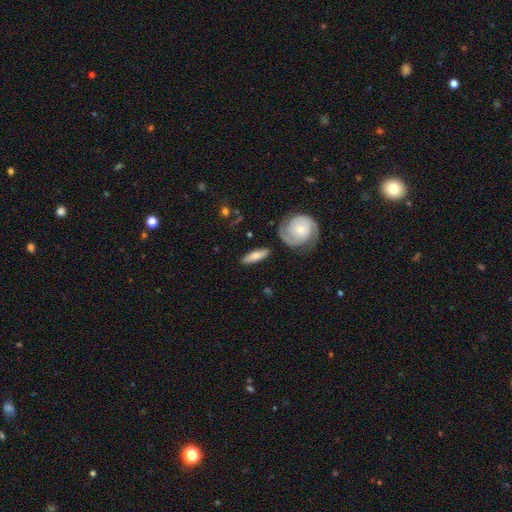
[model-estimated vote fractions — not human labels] This is possibly a smooth galaxy (57%). How rounded: possibly cigar-shaped (53%). Merging: clearly none (81%).